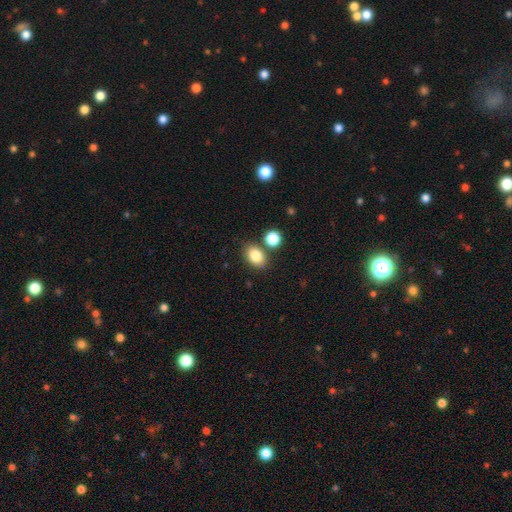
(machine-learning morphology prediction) type=smooth (84%); roundness=in between (66%); merging=none (73%).